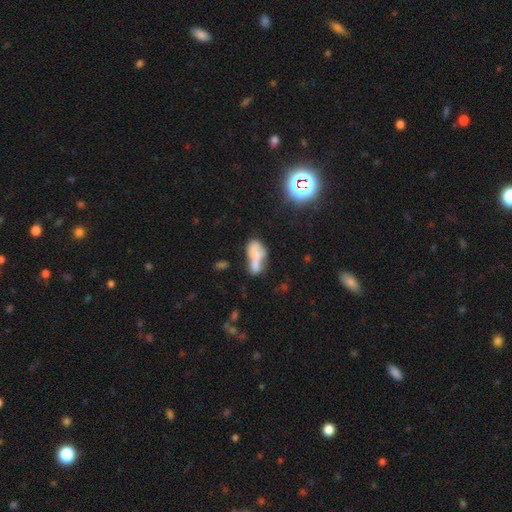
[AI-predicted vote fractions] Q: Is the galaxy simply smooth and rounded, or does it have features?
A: smooth — 62%.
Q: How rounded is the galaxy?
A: in between — 82%.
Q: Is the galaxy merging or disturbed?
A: merger — 55%.